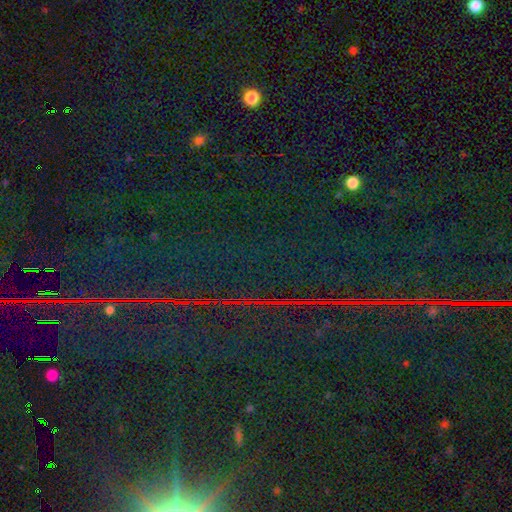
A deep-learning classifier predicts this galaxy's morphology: star or artifact 86%, smooth 7%, featured or disk 7%.